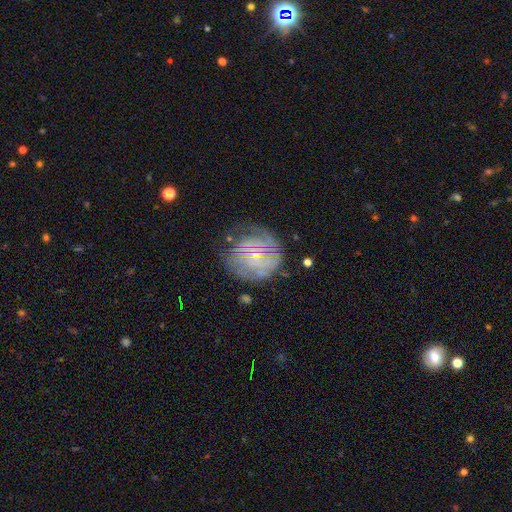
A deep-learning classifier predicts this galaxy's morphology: A featured or disk galaxy (63%) with no bar (73%), spiral arms (72%) and a small central bulge (82%). Merging: none (61%).